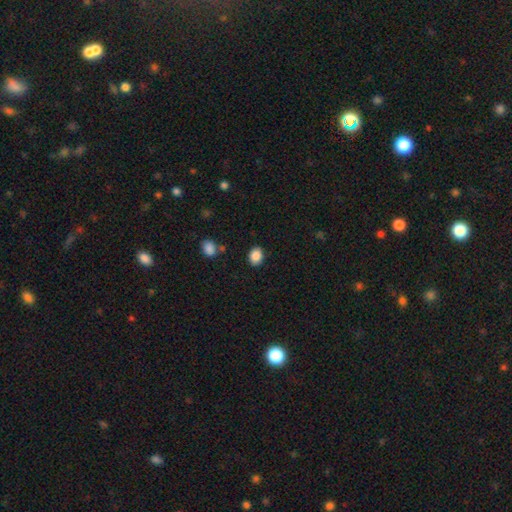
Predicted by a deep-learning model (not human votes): A smooth galaxy with no disk features (87%) that is in between round and cigar-shaped (60%).

Vote fractions:
- Smooth or featured? smooth: 87% / star or artifact: 9% / featured or disk: 4%
- How rounded? in between: 60% / round: 39% / cigar-shaped: 1%
- Merging? none: 86% / minor disturbance: 9% / major disturbance: 3% / merger: 2%